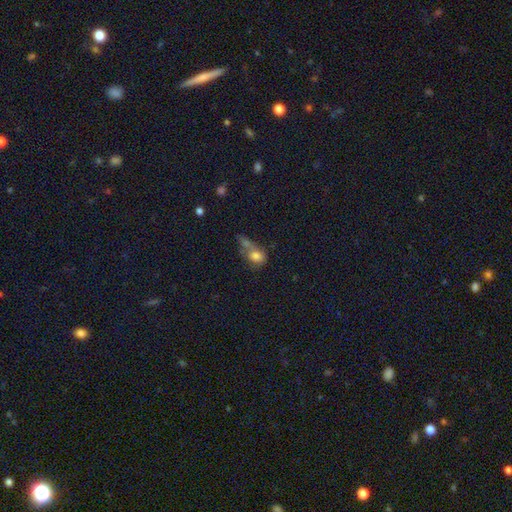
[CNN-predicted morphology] Smooth or featured: smooth — 76% (featured or disk — 13%)
How rounded: in between — 56% (round — 42%)
Merging: merger — 49% (none — 28%)